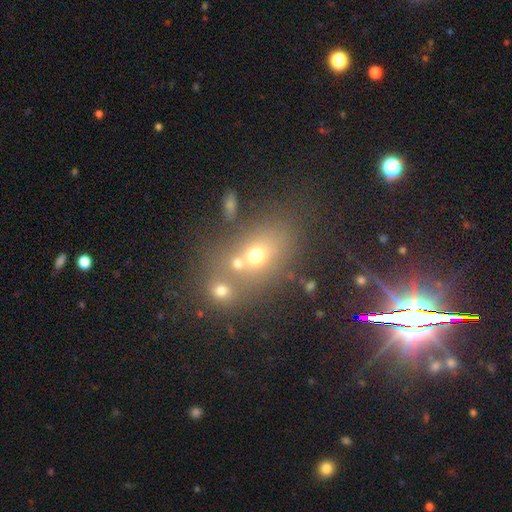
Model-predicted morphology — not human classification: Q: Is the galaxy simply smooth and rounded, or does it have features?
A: smooth — 61%.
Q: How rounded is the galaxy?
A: in between — 58%.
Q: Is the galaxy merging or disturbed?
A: none — 44%.